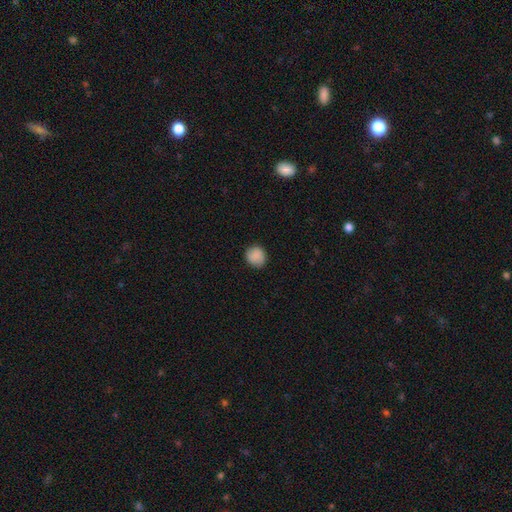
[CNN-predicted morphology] Q: Smooth or featured?
A: smooth (88%); runner-up: star or artifact (8%)
Q: How rounded?
A: round (87%); runner-up: in between (12%)
Q: Merging?
A: none (87%); runner-up: minor disturbance (10%)